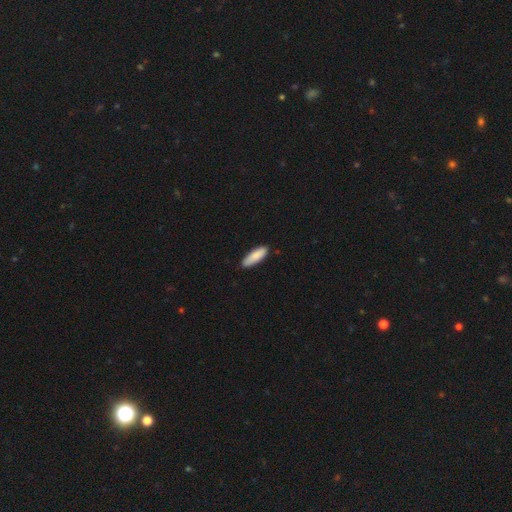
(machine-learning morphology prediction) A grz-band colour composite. It shows a smooth galaxy with no disk features (88%) that is in between round and cigar-shaped (51%). Merging: none (86%).